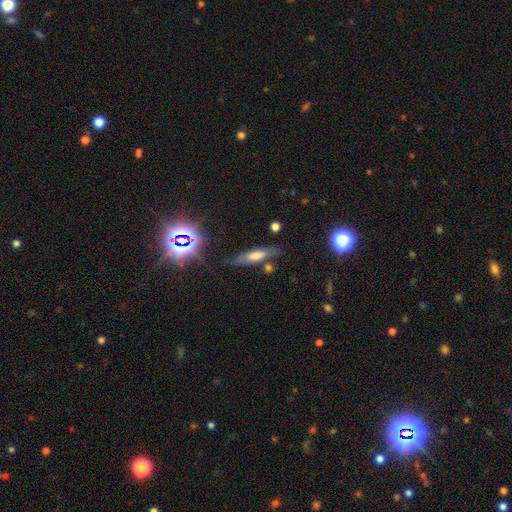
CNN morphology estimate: This is possibly a smooth galaxy (50%). Merging: likely none (68%).